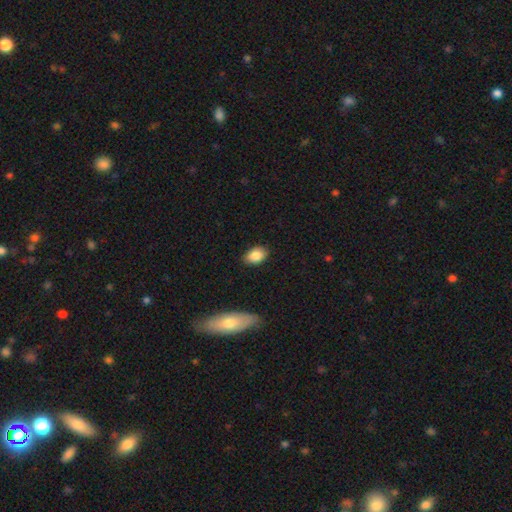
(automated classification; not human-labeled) smooth-or-featured: smooth: 86% | star or artifact: 7% | featured or disk: 7%
  how-rounded: in between: 86% | round: 12% | cigar-shaped: 2%
  merging: none: 85% | minor disturbance: 12% | major disturbance: 2% | merger: 1%